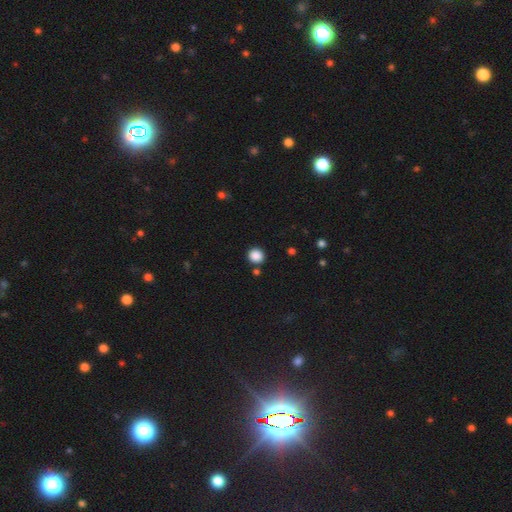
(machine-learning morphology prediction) A smooth galaxy with no disk features (87%) that is round (85%).

Vote fractions:
- Smooth or featured? smooth: 87% / star or artifact: 10% / featured or disk: 3%
- How rounded? round: 85% / in between: 14% / cigar-shaped: 1%
- Merging? none: 85% / minor disturbance: 8% / merger: 5% / major disturbance: 2%